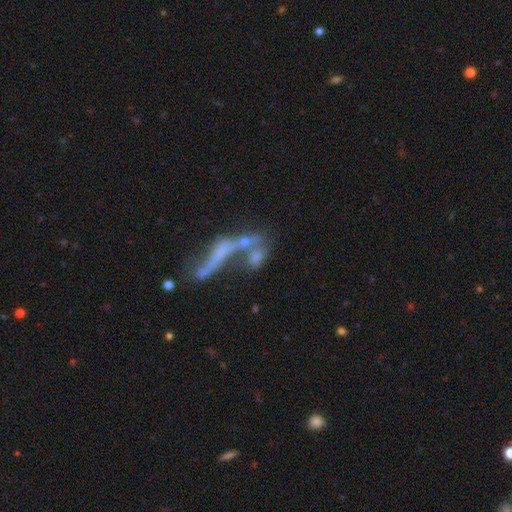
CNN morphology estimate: smooth_or_featured: smooth (p=0.51) [alt: featured or disk p=0.33]
how_rounded: in between (p=0.52) [alt: cigar-shaped p=0.35]
merging: merger (p=0.54) [alt: none p=0.21]